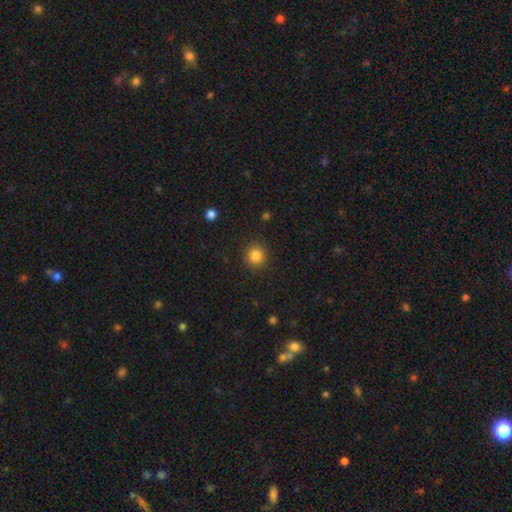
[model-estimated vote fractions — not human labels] smooth 84%, star or artifact 11%, featured or disk 5%. Down the decision tree: how rounded — round (89%); merging — none (90%).